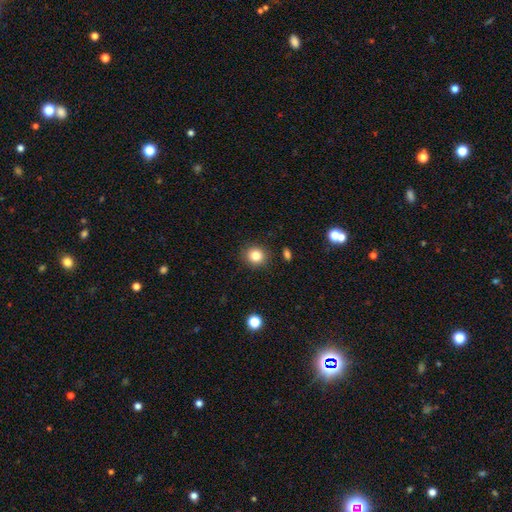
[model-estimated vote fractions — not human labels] Smooth or featured? smooth (84%)
How rounded? round (86%)
Merging? none (89%)